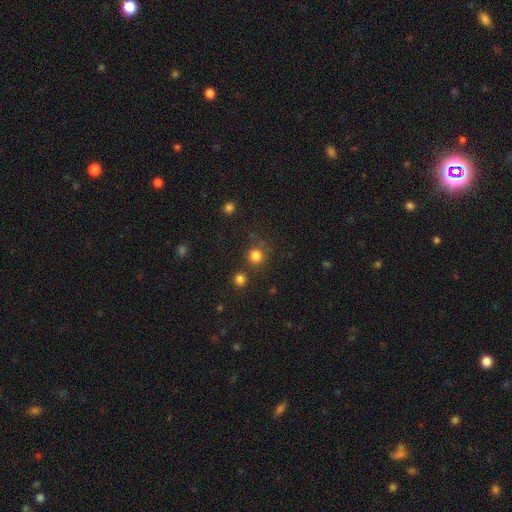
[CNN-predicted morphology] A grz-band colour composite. It shows a smooth galaxy with no disk features (80%) that is round (92%). Merging: none (75%).